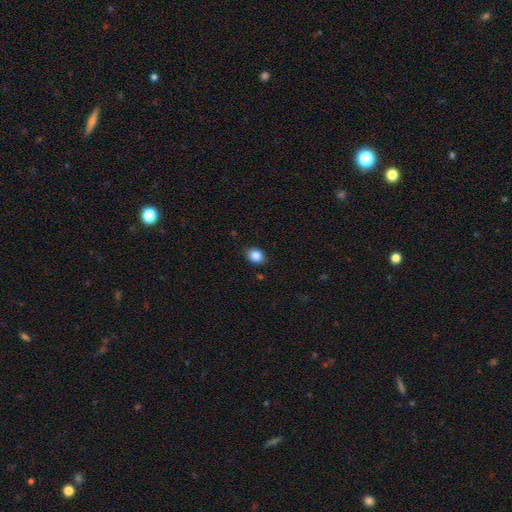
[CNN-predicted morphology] Overall: smooth (87%). How rounded: round (51%; in between 48%). Merging: none (85%).